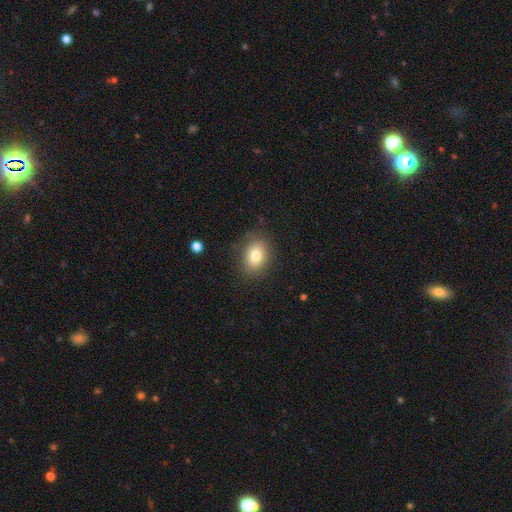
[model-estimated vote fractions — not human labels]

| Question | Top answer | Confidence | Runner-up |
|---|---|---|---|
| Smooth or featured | smooth | 80% | featured or disk (10%) |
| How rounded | in between | 69% | round (30%) |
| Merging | none | 83% | minor disturbance (12%) |